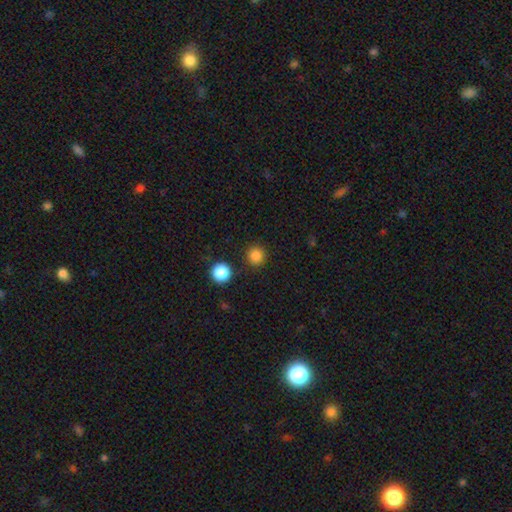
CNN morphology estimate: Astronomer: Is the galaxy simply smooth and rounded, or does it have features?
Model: smooth — 84%.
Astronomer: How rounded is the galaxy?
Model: round — 95%.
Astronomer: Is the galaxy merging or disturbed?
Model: none — 89%.